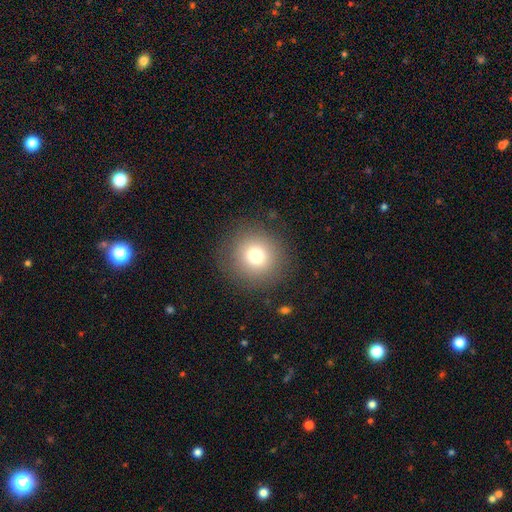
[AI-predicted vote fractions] Morphology: type=smooth (75%); roundness=round (94%); merging=none (88%).